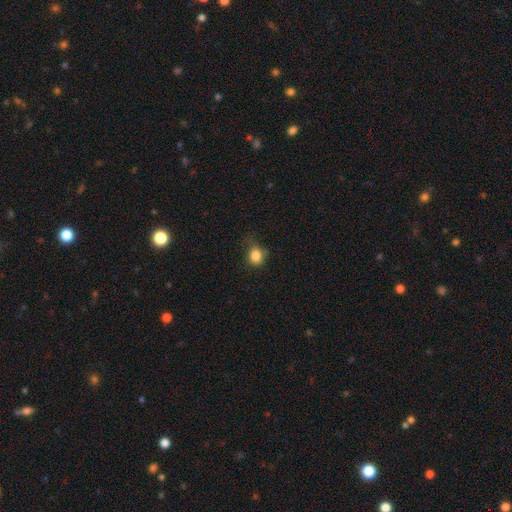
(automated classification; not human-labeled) Q: Smooth or featured?
A: smooth (84%); runner-up: star or artifact (11%)
Q: How rounded?
A: round (62%); runner-up: in between (37%)
Q: Merging?
A: none (55%); runner-up: minor disturbance (32%)